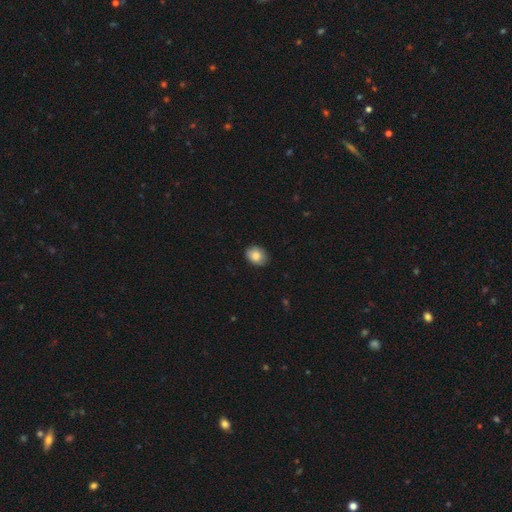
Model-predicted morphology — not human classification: A smooth galaxy with no disk features (84%) that is in between round and cigar-shaped (60%). Merging: none (84%).